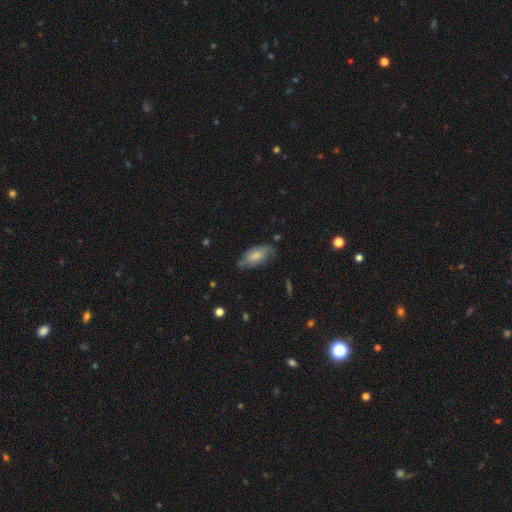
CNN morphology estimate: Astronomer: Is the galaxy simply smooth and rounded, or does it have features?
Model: smooth — 56% (runner-up: featured or disk, 36%).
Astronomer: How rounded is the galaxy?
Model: in between — 90%.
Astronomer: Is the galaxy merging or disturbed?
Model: none — 50% (runner-up: minor disturbance, 34%).